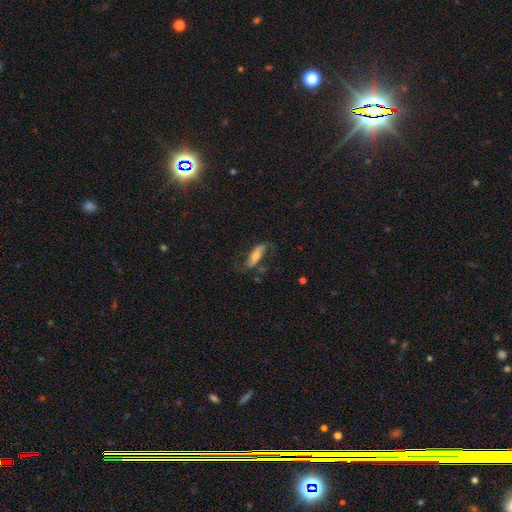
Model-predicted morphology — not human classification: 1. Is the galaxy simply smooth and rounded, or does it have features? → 46% featured or disk (tied), 46% smooth (tied), 8% star or artifact.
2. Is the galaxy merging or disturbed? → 60% none, 22% minor disturbance, 15% major disturbance, 3% merger.